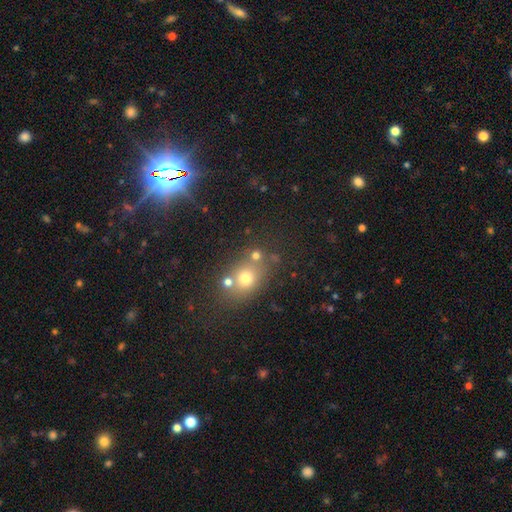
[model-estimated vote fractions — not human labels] This is likely a smooth galaxy (67%). How rounded: likely round (67%). Merging: likely none (63%).